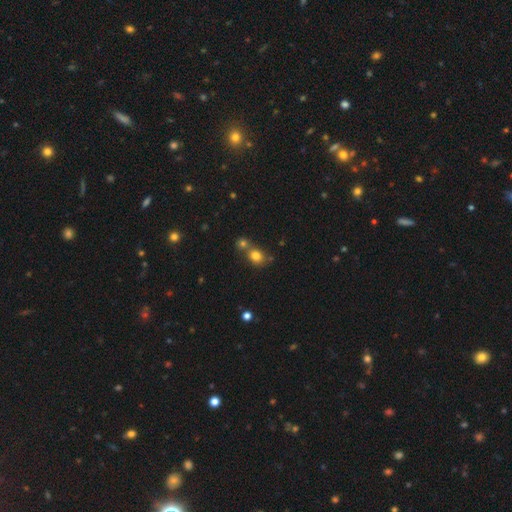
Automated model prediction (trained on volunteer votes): smooth-or-featured: smooth: 79% | star or artifact: 13% | featured or disk: 8%
  how-rounded: round: 70% | in between: 29% | cigar-shaped: 1%
  merging: none: 48% | merger: 39% | minor disturbance: 9% | major disturbance: 3%